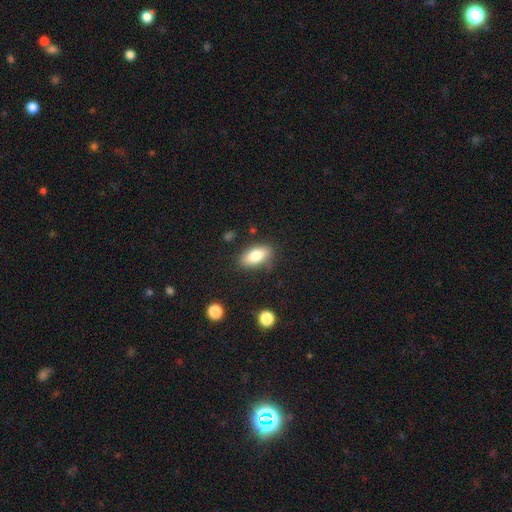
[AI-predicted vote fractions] Overall: smooth (80%). How rounded: in between (87%). Merging: none (81%).